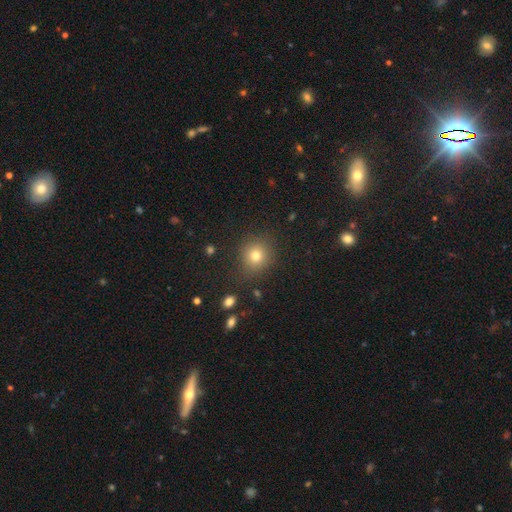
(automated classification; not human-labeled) Morphology: type=smooth (78%); roundness=round (86%); merging=none (84%).